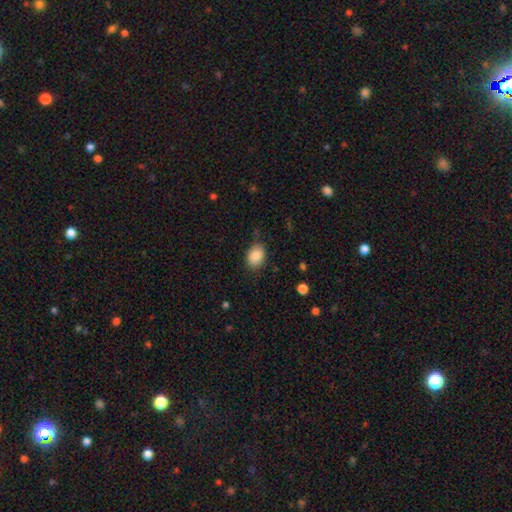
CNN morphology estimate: Smooth or featured?
  - smooth: 86% *
  - star or artifact: 8%
  - featured or disk: 6%
How rounded?
  - in between: 68% *
  - round: 31%
  - cigar-shaped: 1%
Merging?
  - none: 77% *
  - minor disturbance: 17%
  - major disturbance: 4%
  - merger: 2%